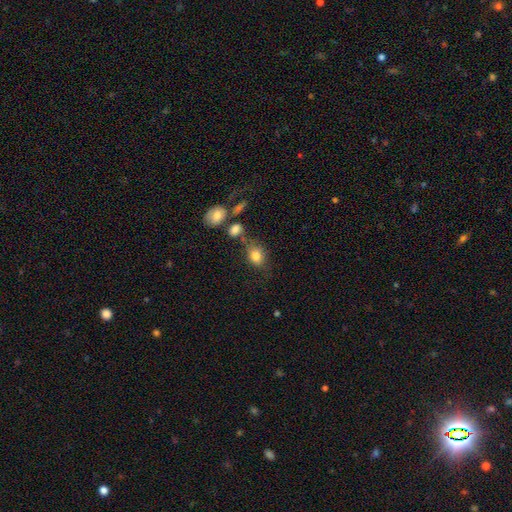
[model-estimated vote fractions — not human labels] Q: Smooth or featured?
A: smooth (81%); runner-up: star or artifact (10%)
Q: How rounded?
A: in between (54%); runner-up: round (45%)
Q: Merging?
A: none (58%); runner-up: minor disturbance (20%)